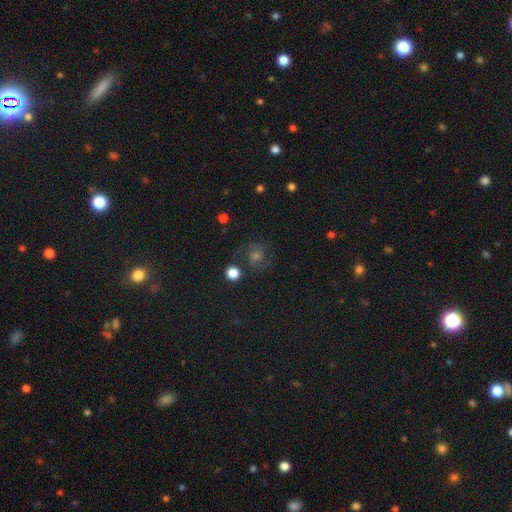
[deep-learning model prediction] Smooth or featured: featured or disk — 48% (star or artifact — 28%)
Merging: none — 76% (minor disturbance — 13%)